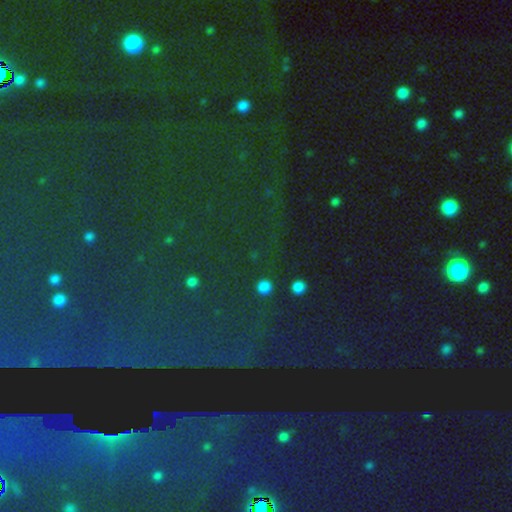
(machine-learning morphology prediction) Smooth or featured?
  - star or artifact: 83% *
  - smooth: 9%
  - featured or disk: 8%